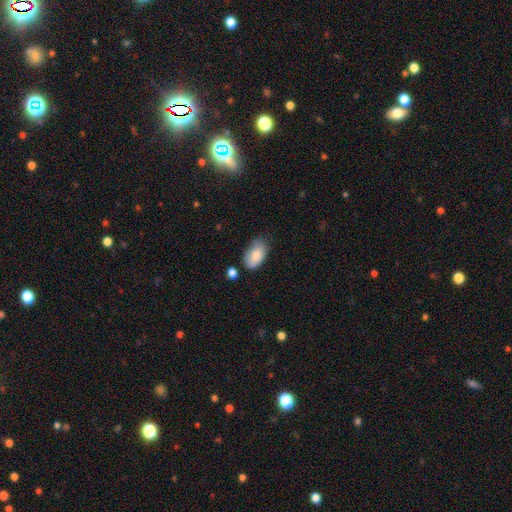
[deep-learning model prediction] smooth_or_featured: smooth (p=0.79) [alt: featured or disk p=0.14]
how_rounded: in between (p=0.93) [alt: round p=0.06]
merging: none (p=0.59) [alt: minor disturbance p=0.31]